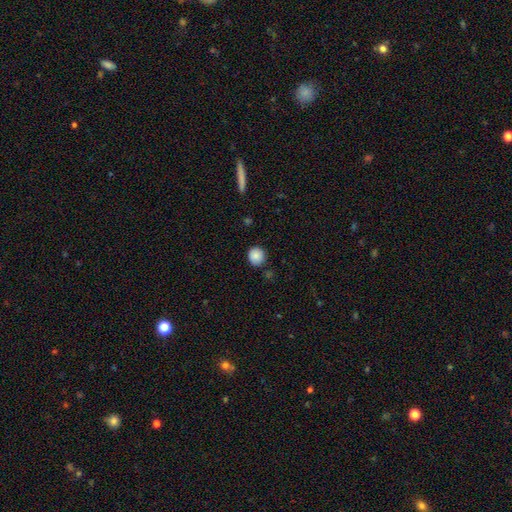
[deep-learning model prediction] Overall: smooth (87%). How rounded: round (87%). Merging: none (87%).